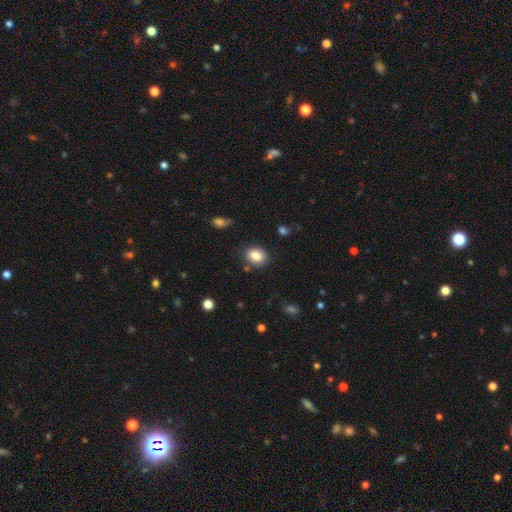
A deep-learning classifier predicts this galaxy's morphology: type=smooth (84%); roundness=in between (54%); merging=none (83%).